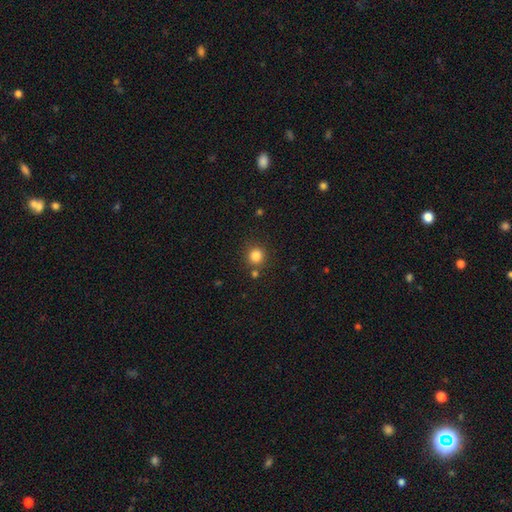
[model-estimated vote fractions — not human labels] Smooth or featured? smooth (83%)
How rounded? round (91%)
Merging? none (81%)